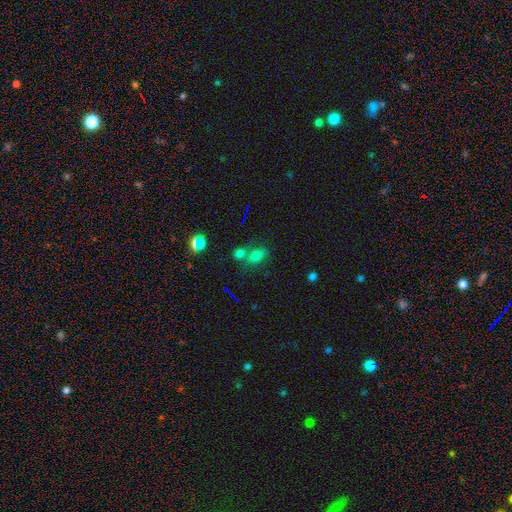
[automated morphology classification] This is likely a smooth galaxy (63%). How rounded: likely in between (77%). Merging: possibly none (50%).